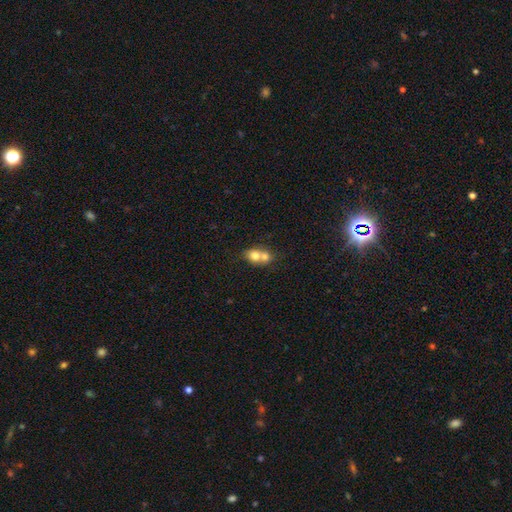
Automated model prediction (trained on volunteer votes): Morphology: type=smooth (71%); roundness=round (57%); merging=merger (68%).